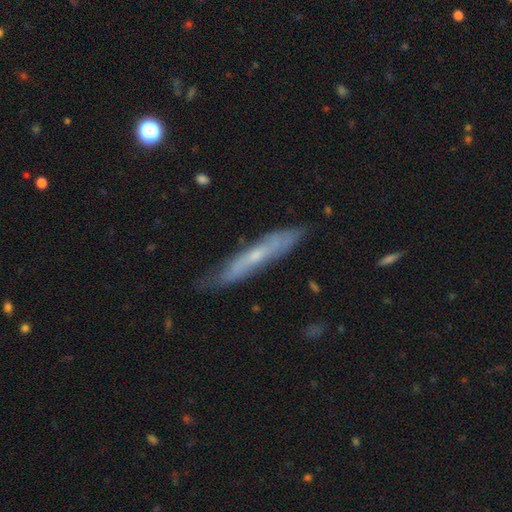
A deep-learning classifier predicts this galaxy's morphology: This is possibly a featured or disk galaxy (58%). It is likely viewed edge-on (71%). Merging: likely none (74%).